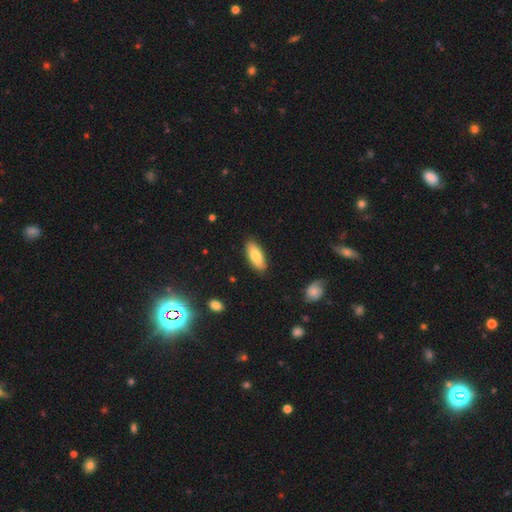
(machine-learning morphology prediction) smooth_or_featured: smooth (p=0.81) [alt: featured or disk p=0.14]
how_rounded: in between (p=0.77) [alt: cigar-shaped p=0.21]
merging: none (p=0.86) [alt: minor disturbance p=0.11]